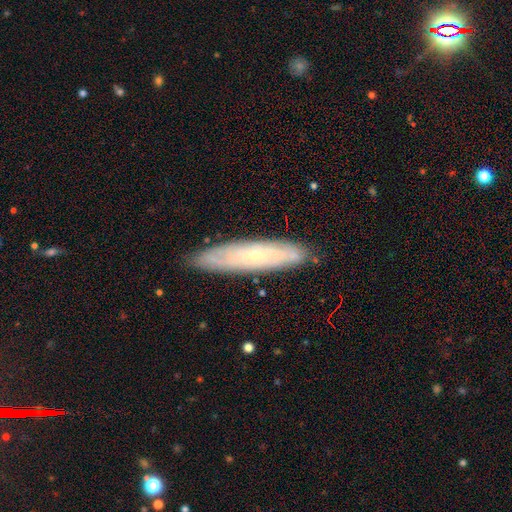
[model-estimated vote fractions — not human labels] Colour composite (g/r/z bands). It shows a featured or disk galaxy (60%). Merging: none (86%).